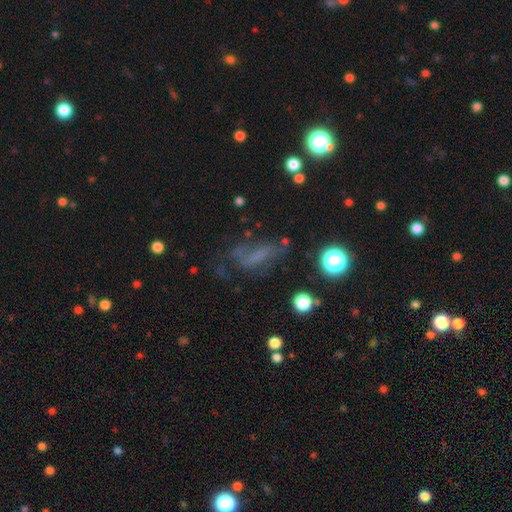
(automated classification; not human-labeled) Smooth or featured? Predicted: featured or disk (p=0.37, tied with smooth). Merging? Predicted: none (p=0.45).